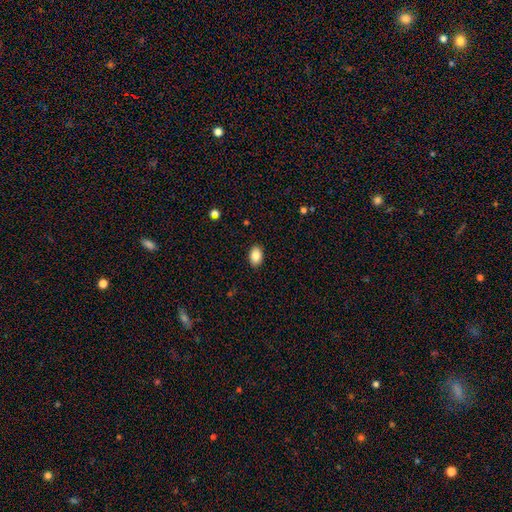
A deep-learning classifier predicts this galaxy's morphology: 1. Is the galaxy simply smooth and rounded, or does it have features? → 85% smooth, 8% star or artifact, 7% featured or disk.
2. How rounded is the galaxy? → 85% in between, 14% round, 1% cigar-shaped.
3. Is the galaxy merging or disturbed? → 89% none, 8% minor disturbance, 2% major disturbance, 1% merger.